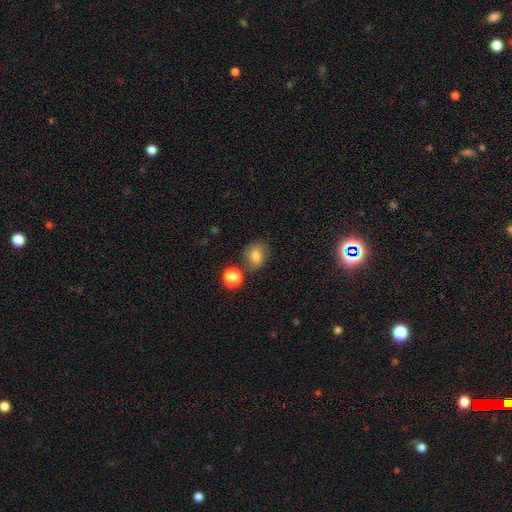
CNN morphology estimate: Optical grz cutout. It shows a smooth galaxy with no disk features (77%) that is round (62%). Merging: none (71%).